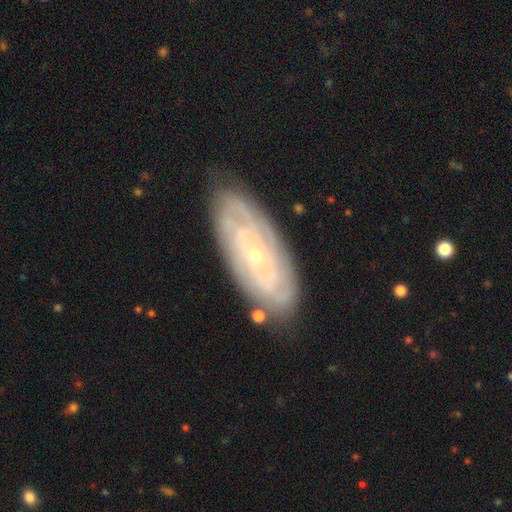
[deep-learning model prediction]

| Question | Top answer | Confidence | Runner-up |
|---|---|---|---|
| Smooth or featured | featured or disk | 76% | smooth (18%) |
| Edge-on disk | no | 89% | yes (11%) |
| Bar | no | 77% | weak (18%) |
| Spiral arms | yes | 84% | no (16%) |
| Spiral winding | tight | 78% | medium (17%) |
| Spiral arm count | can't tell | 57% | 2 (11%) |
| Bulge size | small | 80% | moderate (17%) |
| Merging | none | 82% | minor disturbance (14%) |